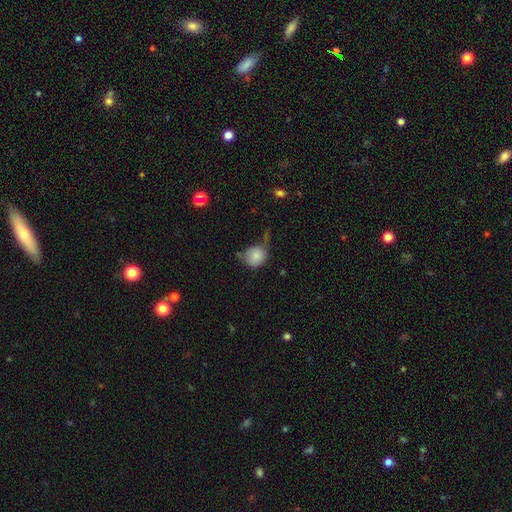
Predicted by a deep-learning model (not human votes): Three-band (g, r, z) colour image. It shows a smooth galaxy with no disk features (82%) that is round (77%). Merging: none (39%).